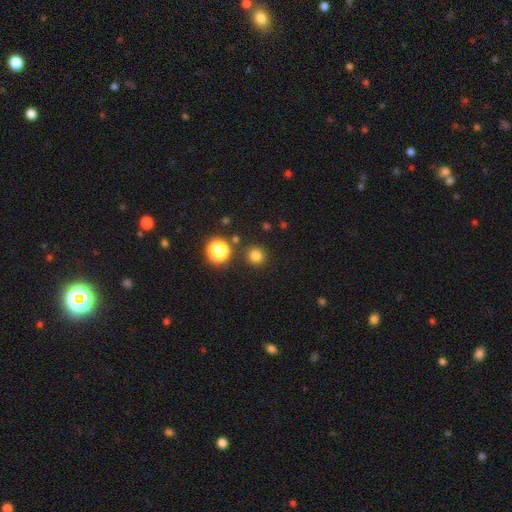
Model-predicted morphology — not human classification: This is likely a smooth galaxy (78%). How rounded: clearly round (95%). Merging: clearly none (89%).